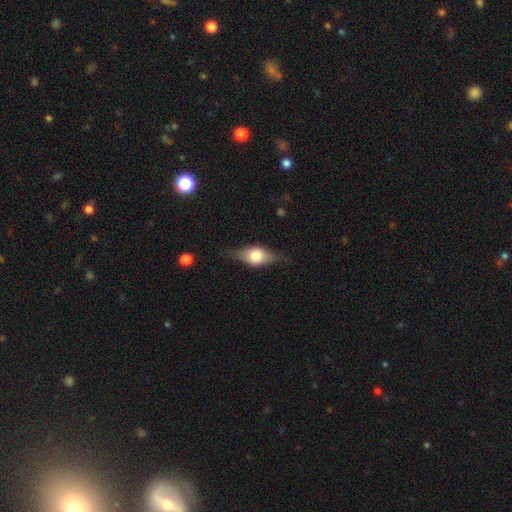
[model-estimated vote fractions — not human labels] This is possibly a featured or disk galaxy (48%). Merging: likely none (73%).